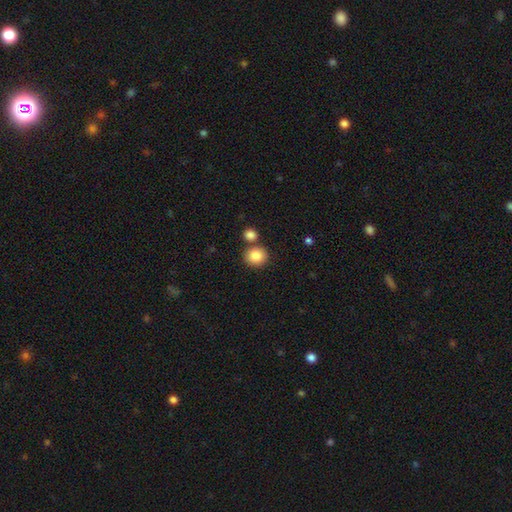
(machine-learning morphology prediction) A smooth galaxy with no disk features (86%) that is round (83%). Merging: none (72%).